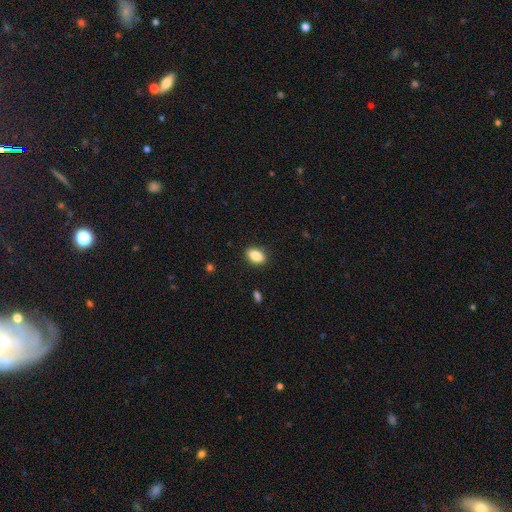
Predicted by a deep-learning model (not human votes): Smooth or featured: smooth — 87% (star or artifact — 8%)
How rounded: in between — 87% (round — 10%)
Merging: none — 88% (minor disturbance — 8%)